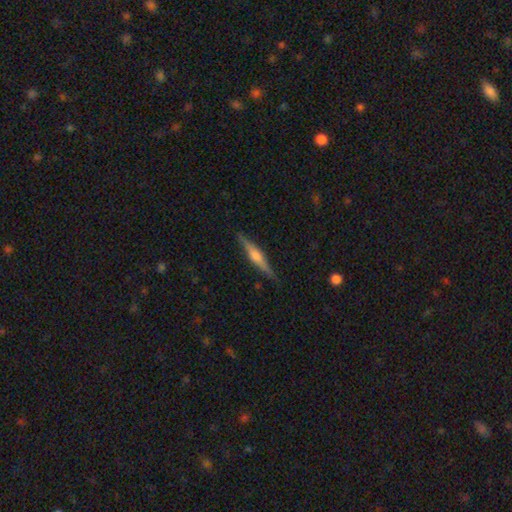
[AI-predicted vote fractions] smooth_or_featured: featured or disk (p=0.72) [alt: smooth p=0.22]
disk_edge_on: yes (p=0.98) [alt: no p=0.02]
edge_on_bulge: rounded (p=0.86) [alt: boxy p=0.09]
merging: none (p=0.89) [alt: minor disturbance p=0.08]